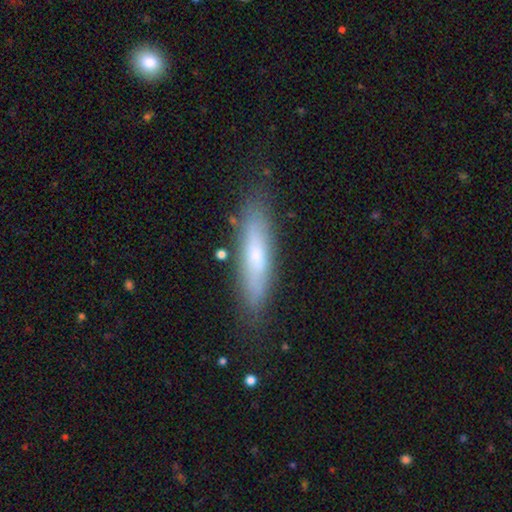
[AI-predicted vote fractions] Overall: smooth (52%; featured or disk 41%). How rounded: cigar-shaped (79%). Merging: none (81%).